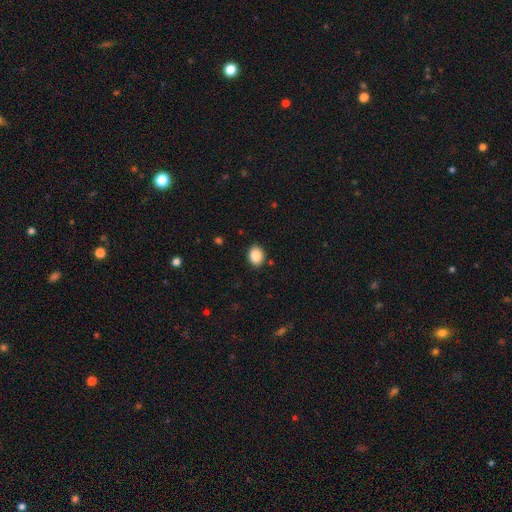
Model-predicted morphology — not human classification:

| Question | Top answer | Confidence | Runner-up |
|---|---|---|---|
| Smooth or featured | smooth | 88% | star or artifact (8%) |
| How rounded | in between | 56% | round (43%) |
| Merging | none | 87% | minor disturbance (10%) |